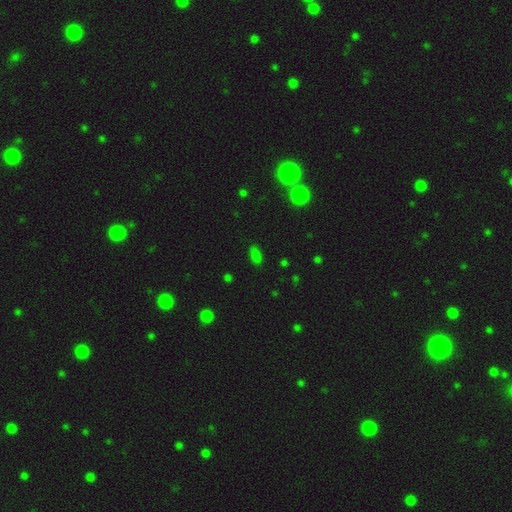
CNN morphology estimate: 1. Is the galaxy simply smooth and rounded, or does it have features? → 75% smooth, 20% star or artifact, 5% featured or disk.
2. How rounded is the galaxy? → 88% in between, 7% round, 5% cigar-shaped.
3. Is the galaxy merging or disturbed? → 81% none, 13% minor disturbance, 3% major disturbance, 2% merger.